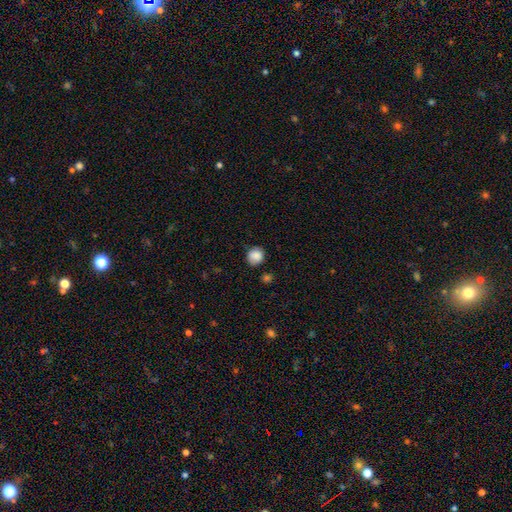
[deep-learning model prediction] Smooth or featured? Predicted: smooth (p=0.87). How rounded? Predicted: round (p=0.85). Merging? Predicted: none (p=0.80).